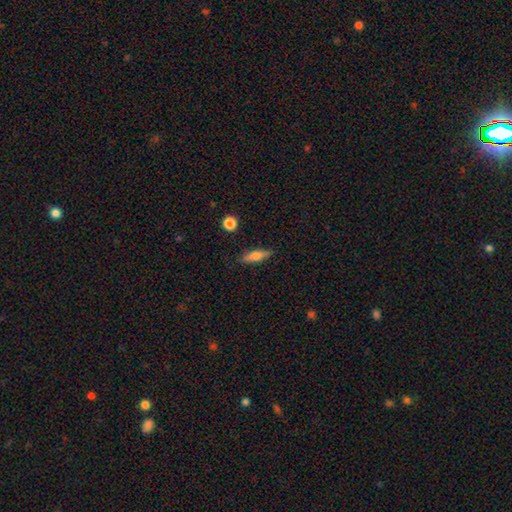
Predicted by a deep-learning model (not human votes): smooth 69%, featured or disk 23%, star or artifact 7%. Down the decision tree: how rounded — cigar-shaped (55%); merging — none (84%).